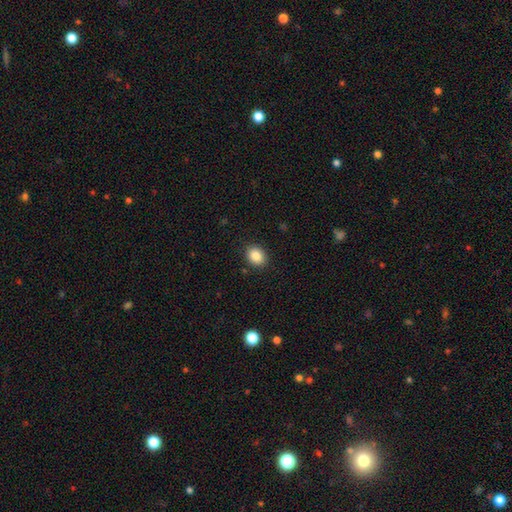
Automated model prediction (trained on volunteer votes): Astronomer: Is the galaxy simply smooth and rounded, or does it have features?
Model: smooth — 85%.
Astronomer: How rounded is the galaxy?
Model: round — 50% (runner-up: in between, 49%).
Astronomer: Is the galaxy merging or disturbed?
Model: none — 89%.